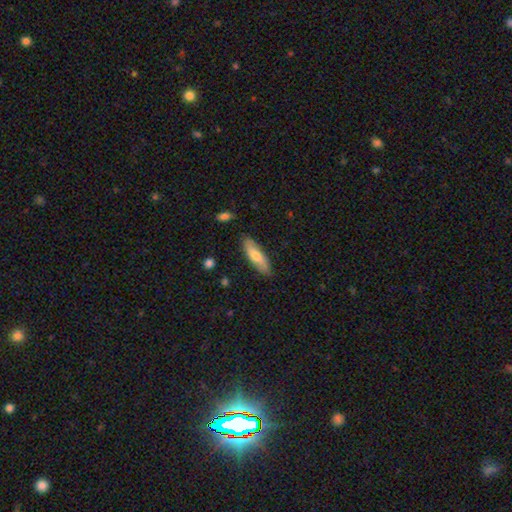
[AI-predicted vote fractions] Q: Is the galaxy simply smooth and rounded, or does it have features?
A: smooth — 67%.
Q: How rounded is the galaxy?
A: cigar-shaped — 50%.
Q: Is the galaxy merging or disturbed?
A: none — 84%.